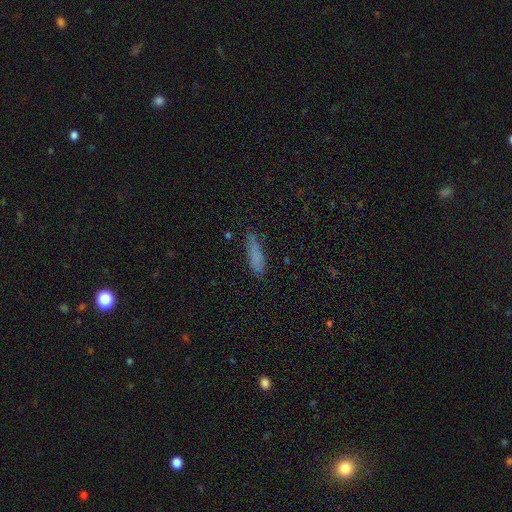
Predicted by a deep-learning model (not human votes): Smooth or featured? smooth (79%)
How rounded? cigar-shaped (69%)
Merging? none (68%)